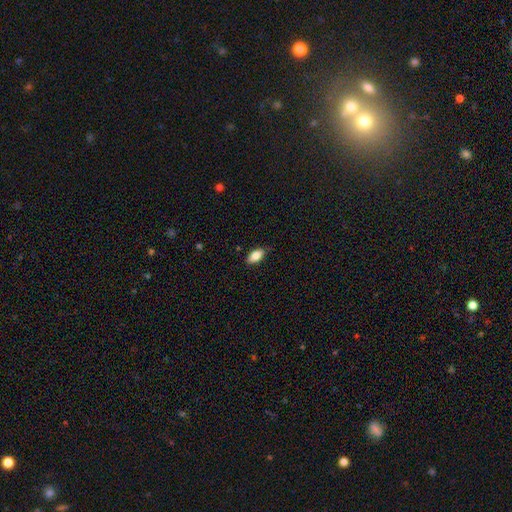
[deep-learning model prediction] Smooth or featured?
  - smooth: 83% *
  - featured or disk: 10%
  - star or artifact: 7%
How rounded?
  - in between: 89% *
  - cigar-shaped: 7%
  - round: 4%
Merging?
  - none: 79% *
  - minor disturbance: 17%
  - major disturbance: 3%
  - merger: 1%